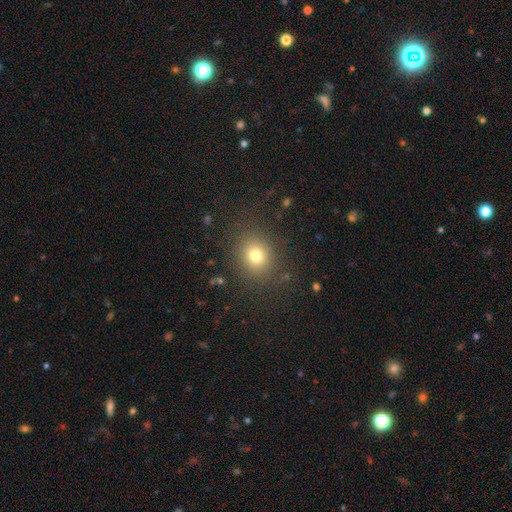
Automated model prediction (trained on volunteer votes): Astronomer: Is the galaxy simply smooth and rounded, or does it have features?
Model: smooth — 76%.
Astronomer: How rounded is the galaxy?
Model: round — 77%.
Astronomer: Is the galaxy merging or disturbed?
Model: none — 85%.